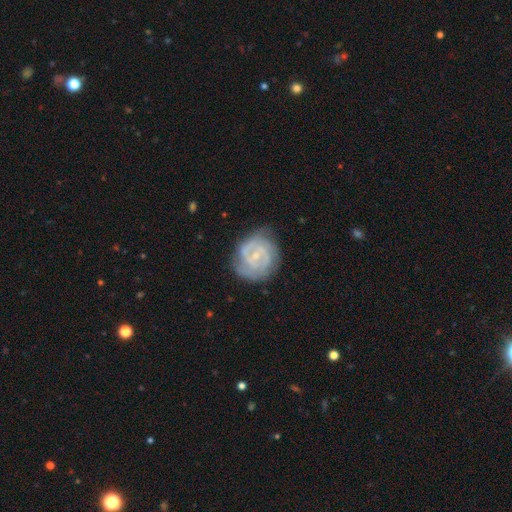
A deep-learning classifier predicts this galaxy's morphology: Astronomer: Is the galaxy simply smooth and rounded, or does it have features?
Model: featured or disk — 81%.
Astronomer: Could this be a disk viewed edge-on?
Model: no — 98%.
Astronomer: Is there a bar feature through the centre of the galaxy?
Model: no — 50% (runner-up: weak, 42%).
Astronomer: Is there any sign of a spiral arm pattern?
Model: yes — 93%.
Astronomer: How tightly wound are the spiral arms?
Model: tight — 63%.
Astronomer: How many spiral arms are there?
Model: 2 — 45% (runner-up: can't tell, 24%).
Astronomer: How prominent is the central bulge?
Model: small — 75%.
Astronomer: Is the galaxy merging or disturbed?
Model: none — 72%.